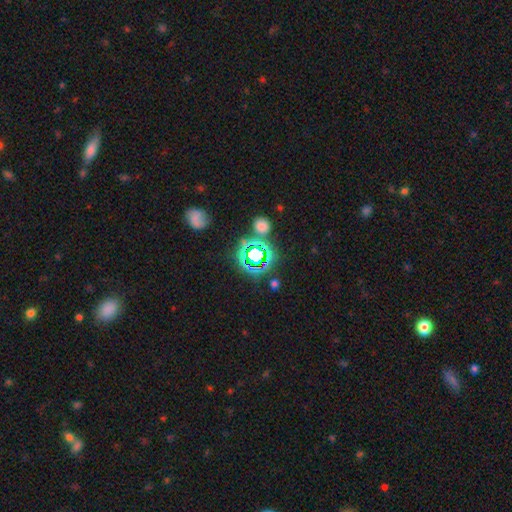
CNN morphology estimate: A star or artifact, not a galaxy (63%).

Vote fractions:
- Smooth or featured? star or artifact: 63% / smooth: 27% / featured or disk: 10%